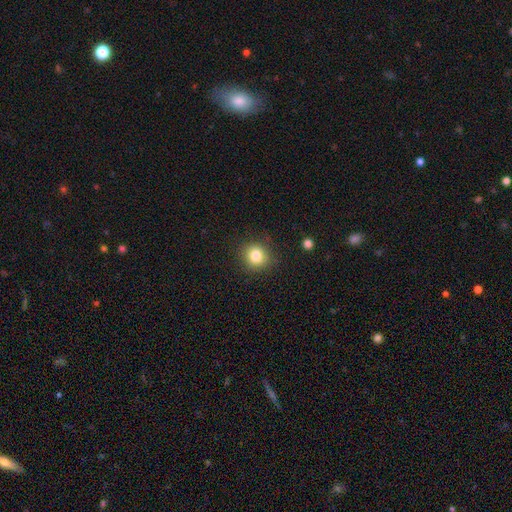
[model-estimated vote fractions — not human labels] smooth-or-featured: smooth: 82% | star or artifact: 12% | featured or disk: 7%
  how-rounded: round: 88% | in between: 11% | cigar-shaped: 1%
  merging: none: 88% | minor disturbance: 8% | major disturbance: 3% | merger: 1%